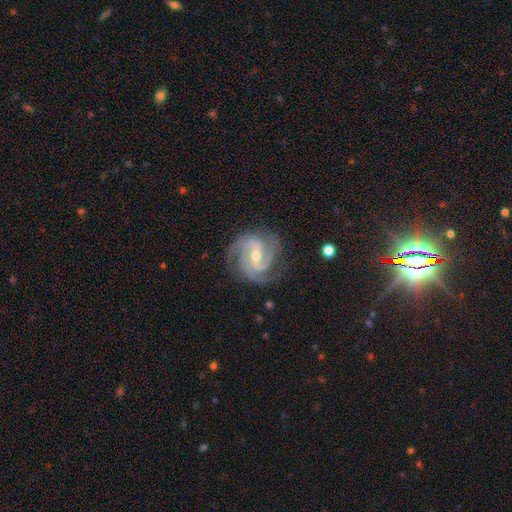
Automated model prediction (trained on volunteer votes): A featured or disk galaxy (92%) with a weak bar (48%), 3 (46%) medium (46%, tied with tight) spiral arms (98%) and a moderate central bulge (53%). Merging: none (78%).